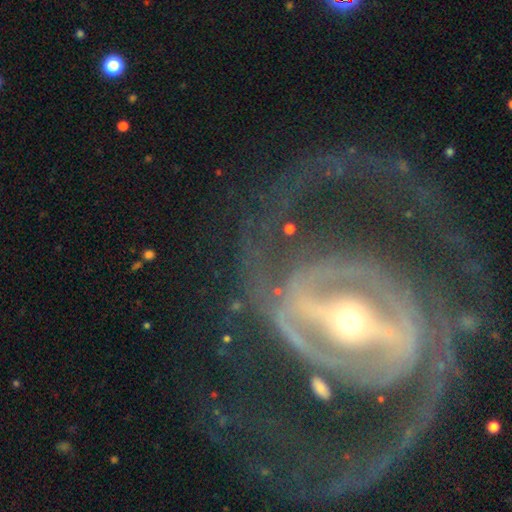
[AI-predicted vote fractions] Smooth or featured? Predicted: featured or disk (p=0.89). Edge-on disk? Predicted: no (p=0.93). Bar? Predicted: strong (p=0.76). Spiral arms? Predicted: yes (p=0.85). Spiral winding? Predicted: medium (p=0.43). Spiral arm count? Predicted: 2 (p=0.69). Bulge size? Predicted: moderate (p=0.49). Merging? Predicted: none (p=0.54).